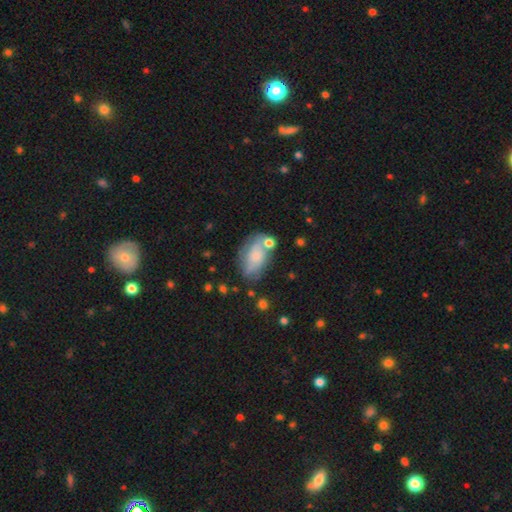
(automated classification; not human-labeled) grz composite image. It shows a smooth galaxy with no disk features (56%) that is in between round and cigar-shaped (87%). Merging: none (47%).